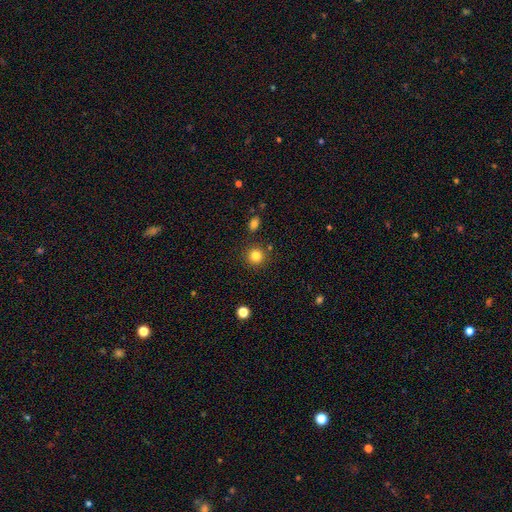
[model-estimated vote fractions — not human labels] Smooth or featured?
  - smooth: 83% *
  - star or artifact: 12%
  - featured or disk: 6%
How rounded?
  - round: 93% *
  - in between: 6%
  - cigar-shaped: 1%
Merging?
  - none: 87% *
  - minor disturbance: 7%
  - merger: 4%
  - major disturbance: 2%